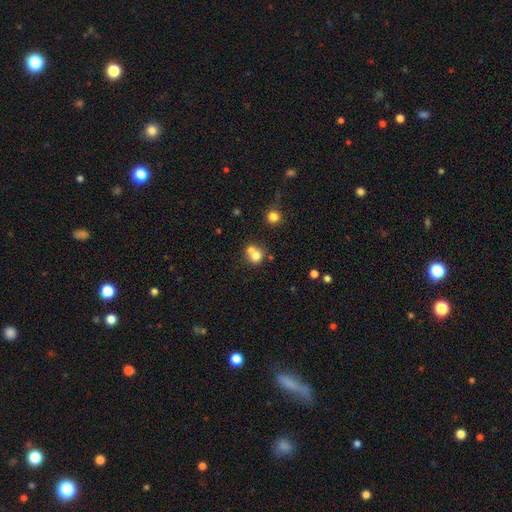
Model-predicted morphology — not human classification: Smooth or featured? smooth (72%)
How rounded? round (80%)
Merging? merger (54%)